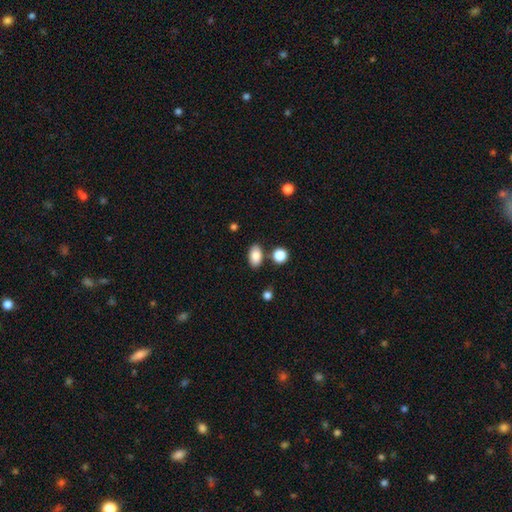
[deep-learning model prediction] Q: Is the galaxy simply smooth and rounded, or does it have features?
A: smooth — 85%.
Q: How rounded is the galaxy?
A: in between — 89%.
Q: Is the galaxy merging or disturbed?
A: none — 81%.